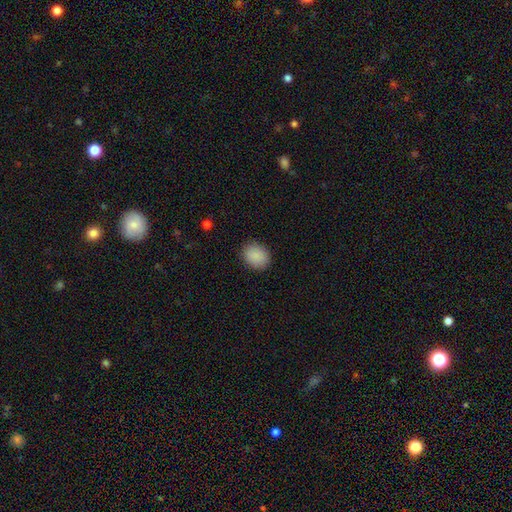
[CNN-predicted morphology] smooth-or-featured: smooth: 89% | star or artifact: 8% | featured or disk: 3%
  how-rounded: in between: 50% | round: 49% | cigar-shaped: 1%
  merging: none: 88% | minor disturbance: 8% | major disturbance: 2% | merger: 1%